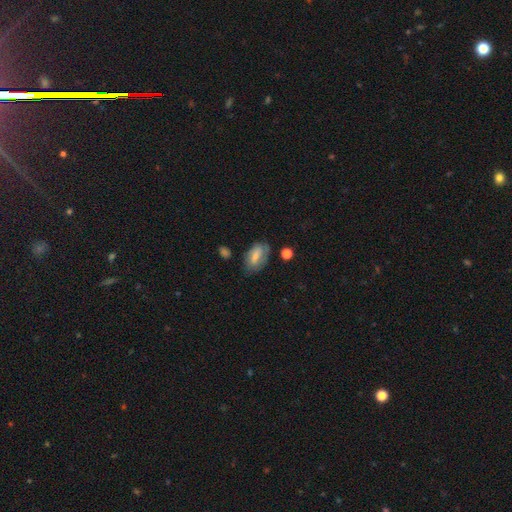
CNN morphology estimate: Q: Smooth or featured?
A: smooth (63%); runner-up: featured or disk (29%)
Q: How rounded?
A: in between (89%); runner-up: round (6%)
Q: Merging?
A: none (64%); runner-up: minor disturbance (25%)